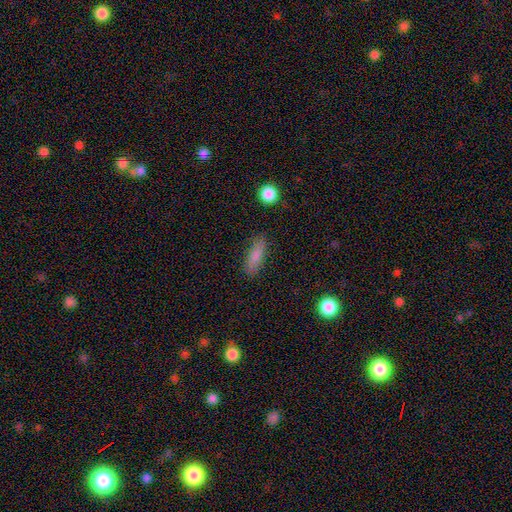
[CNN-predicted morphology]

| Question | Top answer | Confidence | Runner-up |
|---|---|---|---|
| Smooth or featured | smooth | 82% | featured or disk (10%) |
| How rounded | in between | 56% | cigar-shaped (41%) |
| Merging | none | 83% | minor disturbance (12%) |